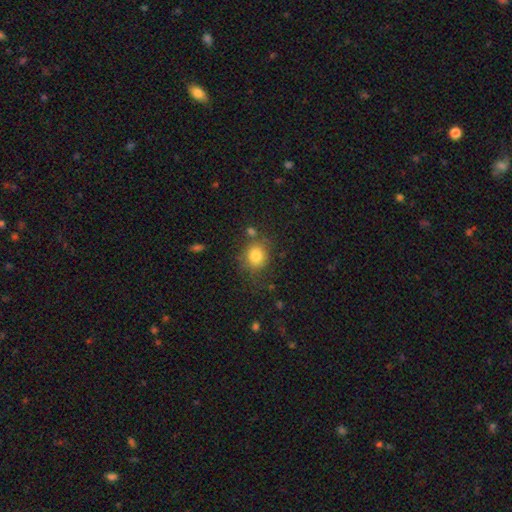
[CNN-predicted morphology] smooth 82%, star or artifact 10%, featured or disk 8%. Down the decision tree: how rounded — round (73%); merging — none (69%).